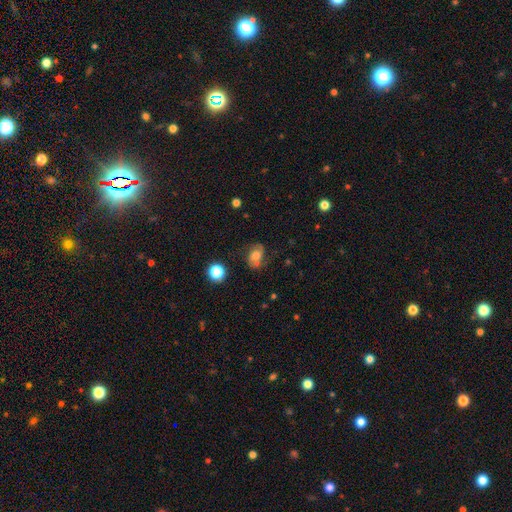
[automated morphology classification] The model was most divided on "smooth or featured": smooth: 51%, featured or disk: 36%, star or artifact: 13%. More confident: how rounded — in between (70%); merging — none (61%).